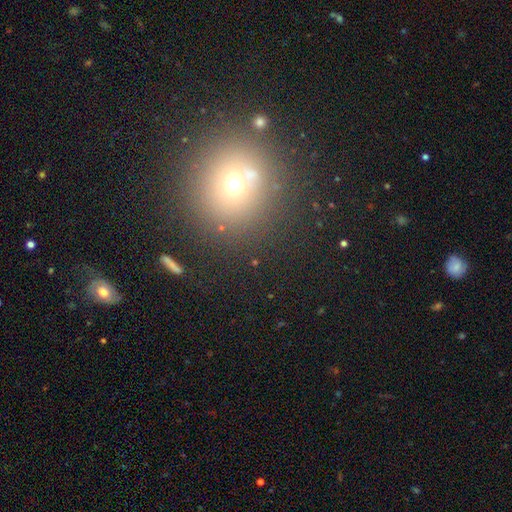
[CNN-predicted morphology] type=smooth (54%); roundness=round (88%); merging=none (82%).